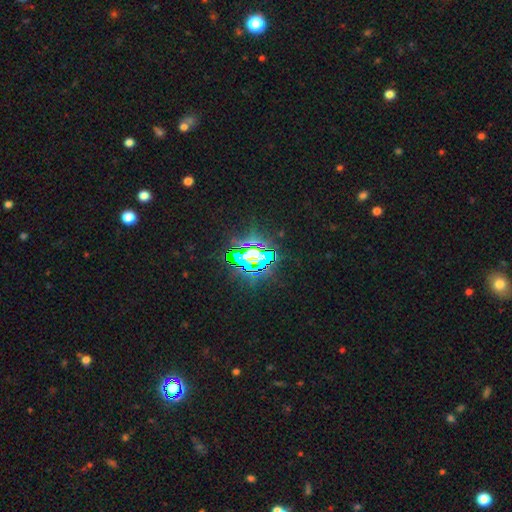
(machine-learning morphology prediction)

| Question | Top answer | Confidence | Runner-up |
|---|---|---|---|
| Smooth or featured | star or artifact | 76% | smooth (12%) |